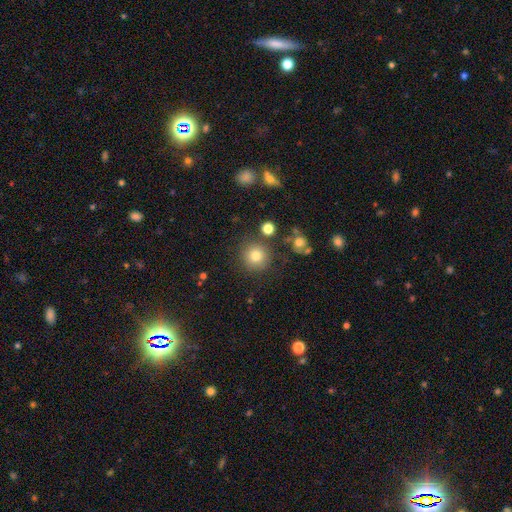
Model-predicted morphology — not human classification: smooth-or-featured: smooth: 79% | star or artifact: 13% | featured or disk: 8%
  how-rounded: round: 94% | in between: 5% | cigar-shaped: 1%
  merging: none: 83% | minor disturbance: 9% | merger: 5% | major disturbance: 4%